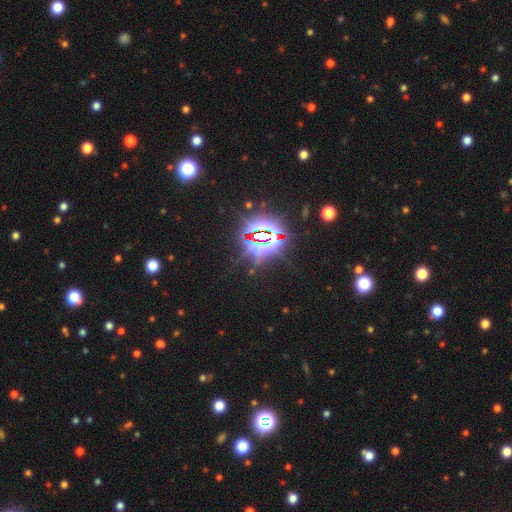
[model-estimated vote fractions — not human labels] smooth-or-featured: star or artifact: 83% | smooth: 9% | featured or disk: 8%